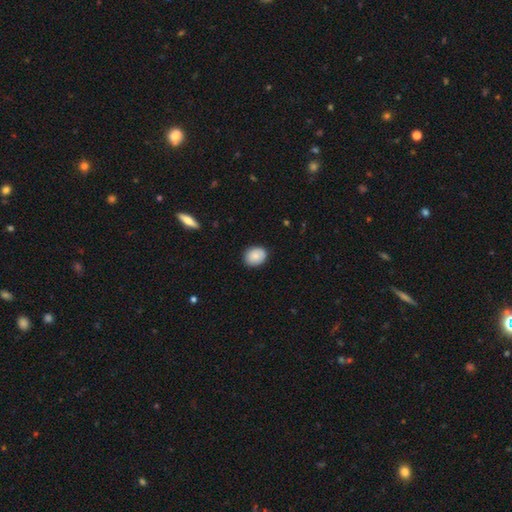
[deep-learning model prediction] A smooth galaxy with no disk features (83%) that is round (55%). Merging: none (85%).